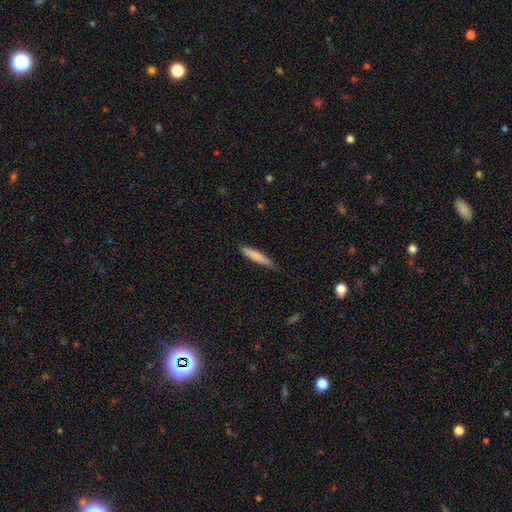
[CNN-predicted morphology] The model was most divided on "merging": none: 78%, minor disturbance: 18%, major disturbance: 3%, merger: 1%. More confident: how rounded — cigar-shaped (91%); smooth or featured — smooth (79%).